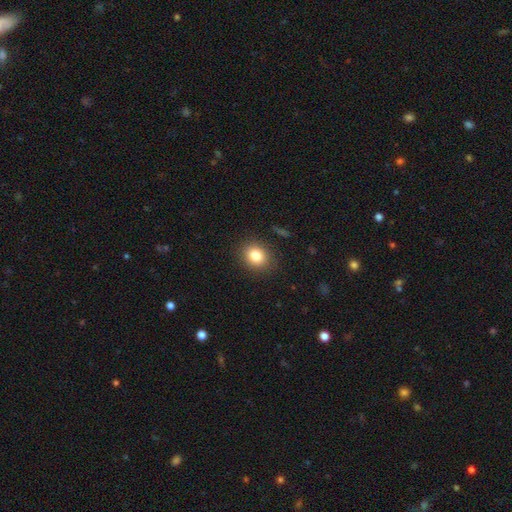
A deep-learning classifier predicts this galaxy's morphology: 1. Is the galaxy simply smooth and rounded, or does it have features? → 83% smooth, 10% star or artifact, 7% featured or disk.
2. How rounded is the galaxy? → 61% round, 38% in between, 1% cigar-shaped.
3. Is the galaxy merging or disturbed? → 87% none, 9% minor disturbance, 3% major disturbance, 1% merger.